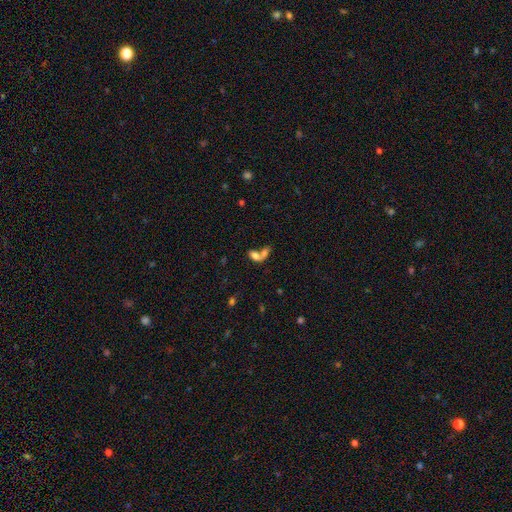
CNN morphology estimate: Overall: smooth (60%; star or artifact 20%). How rounded: in between (71%). Merging: merger (57%; none 28%).